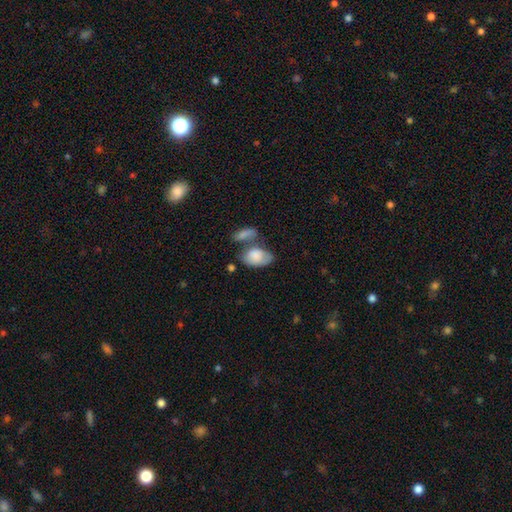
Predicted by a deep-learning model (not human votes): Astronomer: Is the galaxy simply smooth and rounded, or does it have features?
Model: smooth — 79%.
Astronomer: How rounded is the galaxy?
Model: in between — 92%.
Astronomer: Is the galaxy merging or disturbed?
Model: merger — 36% (runner-up: none, 33%).